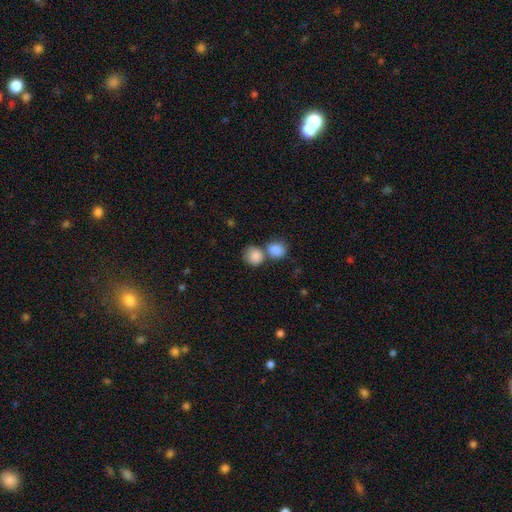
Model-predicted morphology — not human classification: Q: Smooth or featured?
A: smooth (86%); runner-up: star or artifact (8%)
Q: How rounded?
A: round (78%); runner-up: in between (21%)
Q: Merging?
A: merger (47%); runner-up: none (41%)